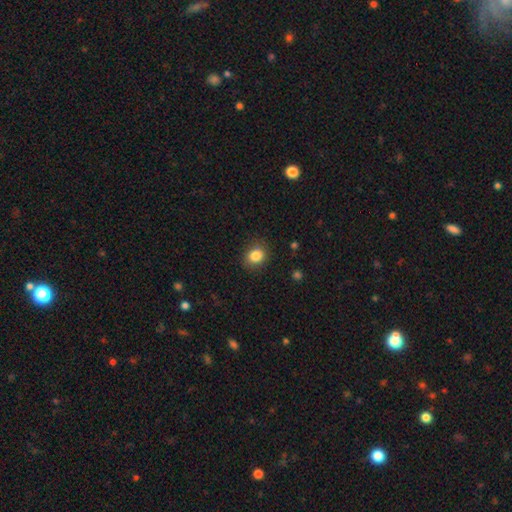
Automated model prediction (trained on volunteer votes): This appears to be a smooth galaxy with no disk features (84%) that is round (62%). Merging: none (86%).